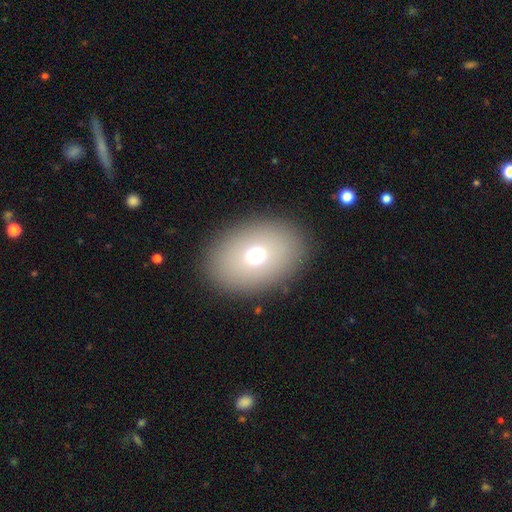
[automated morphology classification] This is likely a smooth galaxy (70%). How rounded: likely in between (77%). Merging: clearly none (89%).